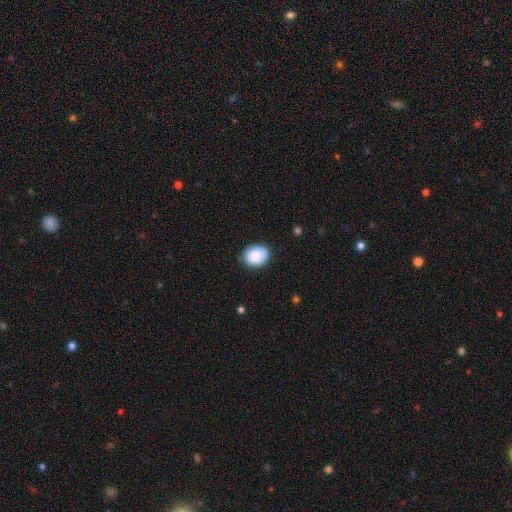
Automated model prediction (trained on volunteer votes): A smooth galaxy with no disk features (86%) that is round (54%). Merging: none (82%).